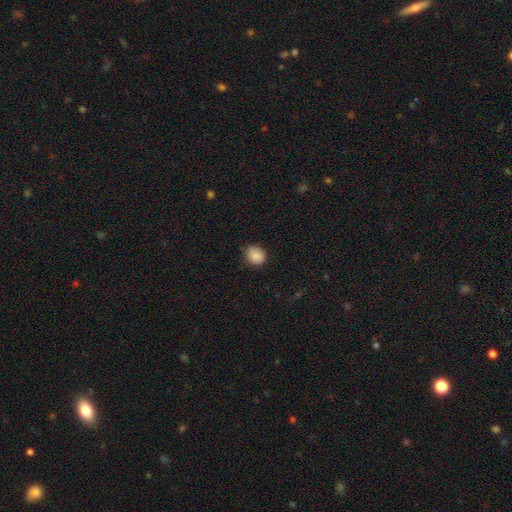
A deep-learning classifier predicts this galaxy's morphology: The model was most divided on "how rounded": round: 66%, in between: 33%, cigar-shaped: 1%. More confident: smooth or featured — smooth (88%); merging — none (80%).